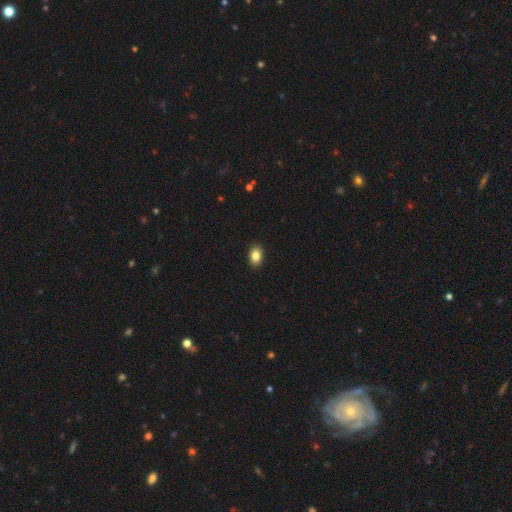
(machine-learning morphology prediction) A smooth galaxy with no disk features (85%) that is in between round and cigar-shaped (77%).

Vote fractions:
- Smooth or featured? smooth: 85% / star or artifact: 9% / featured or disk: 6%
- How rounded? in between: 77% / round: 21% / cigar-shaped: 1%
- Merging? none: 91% / minor disturbance: 7% / major disturbance: 2% / merger: 1%